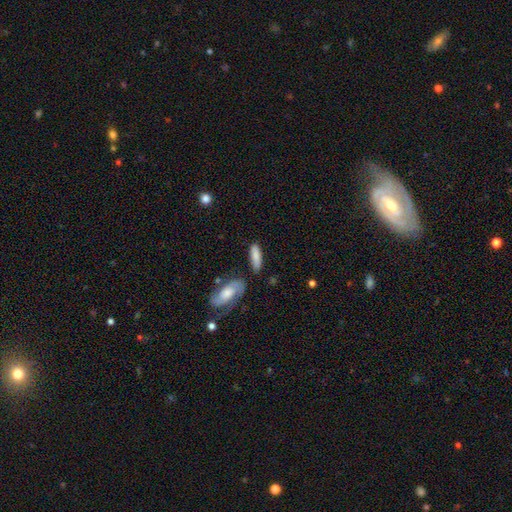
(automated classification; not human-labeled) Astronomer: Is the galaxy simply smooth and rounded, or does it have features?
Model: smooth — 80%.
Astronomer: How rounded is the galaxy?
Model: cigar-shaped — 53% (runner-up: in between, 44%).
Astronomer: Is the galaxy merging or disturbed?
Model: none — 73%.